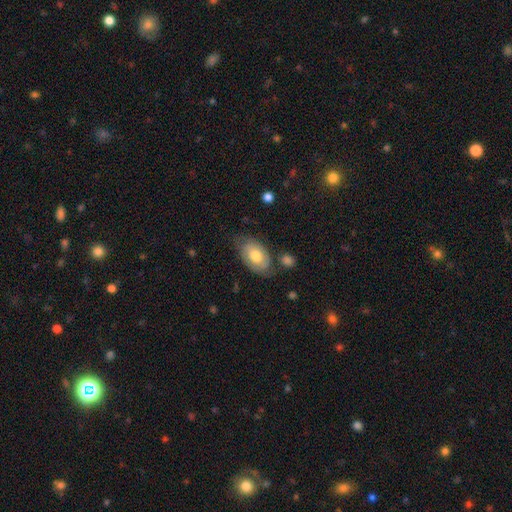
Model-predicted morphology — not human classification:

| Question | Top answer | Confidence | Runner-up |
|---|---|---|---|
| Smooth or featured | smooth | 60% | featured or disk (33%) |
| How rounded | in between | 92% | round (6%) |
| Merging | none | 64% | minor disturbance (23%) |